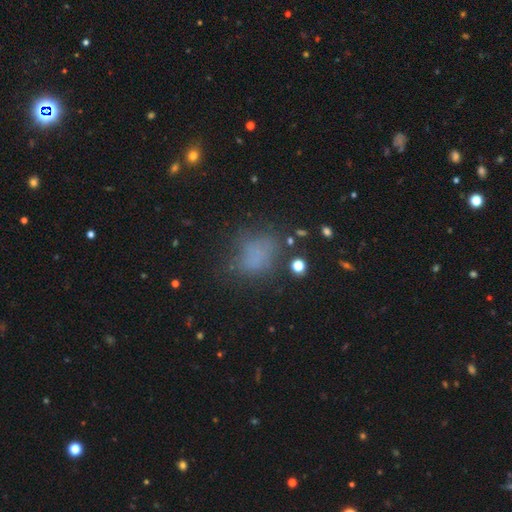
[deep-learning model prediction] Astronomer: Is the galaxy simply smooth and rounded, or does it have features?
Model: smooth — 65%.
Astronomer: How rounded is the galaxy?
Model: in between — 51% (runner-up: round, 47%).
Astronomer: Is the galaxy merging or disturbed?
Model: none — 60%.